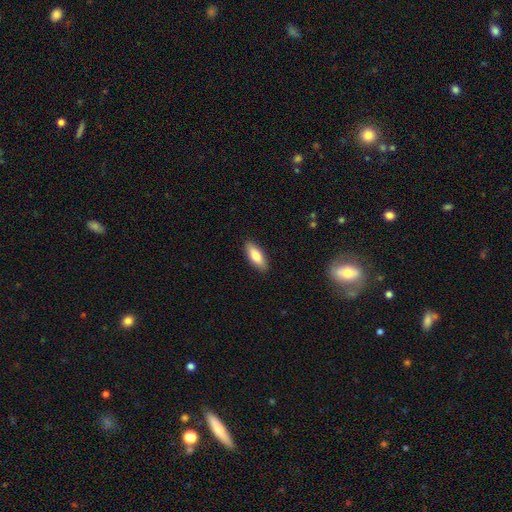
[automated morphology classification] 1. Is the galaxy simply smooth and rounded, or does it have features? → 79% smooth, 15% featured or disk, 6% star or artifact.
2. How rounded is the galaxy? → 73% in between, 25% cigar-shaped, 2% round.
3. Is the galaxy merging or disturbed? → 89% none, 8% minor disturbance, 2% major disturbance, 1% merger.